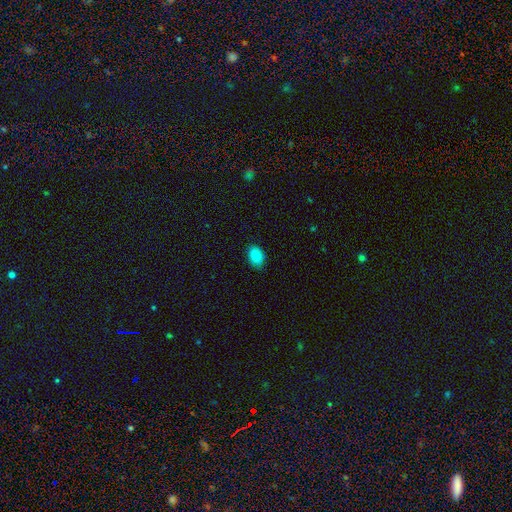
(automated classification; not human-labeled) Overall: smooth (87%). How rounded: in between (80%). Merging: none (85%).